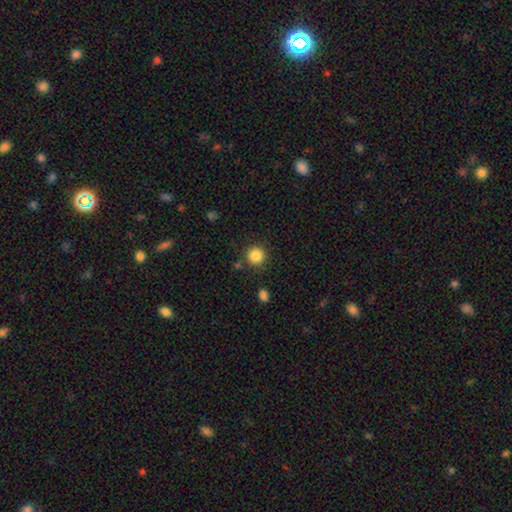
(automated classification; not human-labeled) smooth 86%, star or artifact 10%, featured or disk 4%. Down the decision tree: how rounded — round (94%); merging — none (86%).